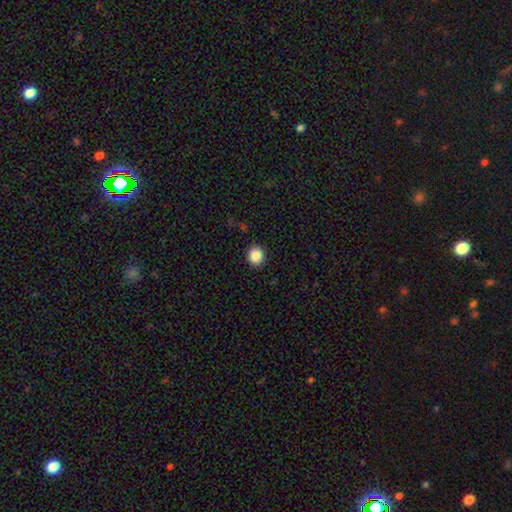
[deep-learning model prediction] This appears to be a smooth galaxy with no disk features (87%) that is round (80%). Merging: none (91%).